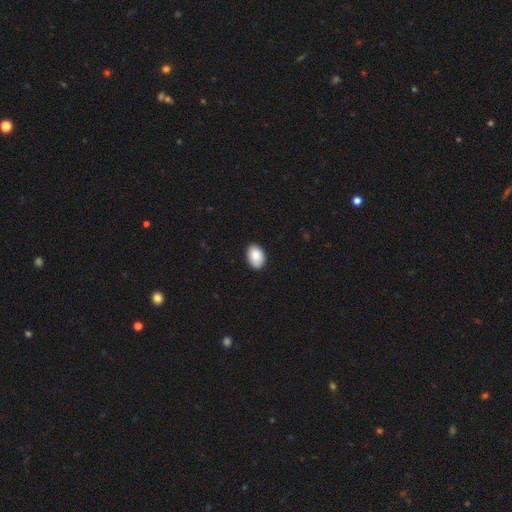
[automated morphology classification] Smooth or featured?
  - smooth: 88% *
  - star or artifact: 7%
  - featured or disk: 5%
How rounded?
  - in between: 88% *
  - round: 11%
  - cigar-shaped: 1%
Merging?
  - none: 86% *
  - minor disturbance: 11%
  - major disturbance: 2%
  - merger: 1%